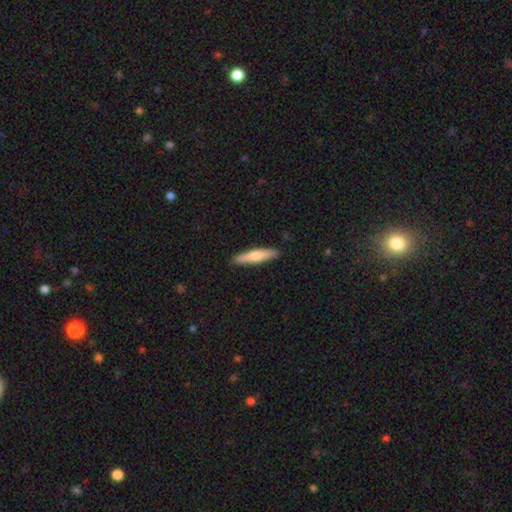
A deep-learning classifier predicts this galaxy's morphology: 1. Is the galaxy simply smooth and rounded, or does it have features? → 62% smooth, 33% featured or disk, 5% star or artifact.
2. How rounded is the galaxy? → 86% cigar-shaped, 12% in between, 1% round.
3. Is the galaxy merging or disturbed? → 90% none, 7% minor disturbance, 1% major disturbance, 1% merger.